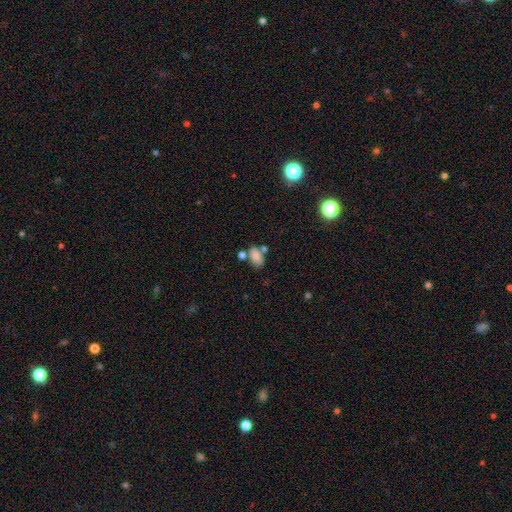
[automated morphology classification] This is clearly a smooth galaxy (81%). How rounded: clearly in between (90%). Merging: possibly none (56%).